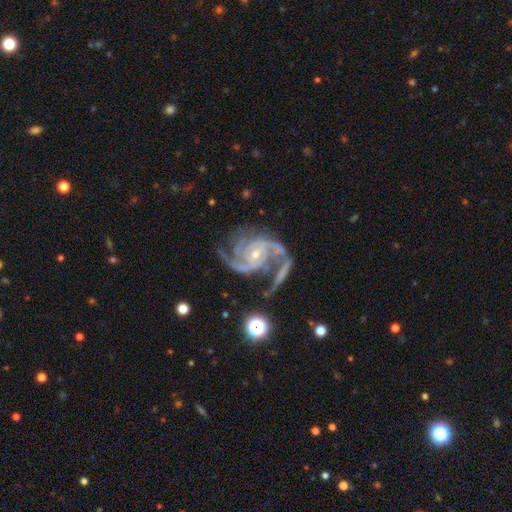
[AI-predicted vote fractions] A featured or disk galaxy (91%) with no bar (55%), 2 (49%) medium (54%) spiral arms (98%) and a small central bulge (77%).

Vote fractions:
- Smooth or featured? featured or disk: 91% / star or artifact: 6% / smooth: 3%
- Edge-on disk? no: 98% / yes: 2%
- Bar? no: 55% / weak: 30% / strong: 15%
- Spiral arms? yes: 98% / no: 2%
- Spiral winding? medium: 54% / tight: 27% / loose: 19%
- Spiral arm count? 2: 49% / 3: 27% / can't tell: 8% / 4: 6% / 1: 5% / more than 4: 5%
- Bulge size? small: 77% / moderate: 19% / none: 2% / large: 1% / dominant: 1%
- Merging? none: 59% / minor disturbance: 19% / major disturbance: 16% / merger: 6%